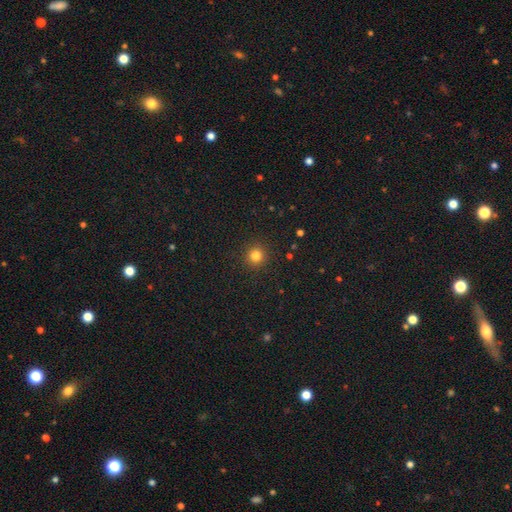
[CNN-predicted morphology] Q: Smooth or featured?
A: smooth (82%); runner-up: star or artifact (14%)
Q: How rounded?
A: round (94%); runner-up: in between (5%)
Q: Merging?
A: none (92%); runner-up: minor disturbance (5%)